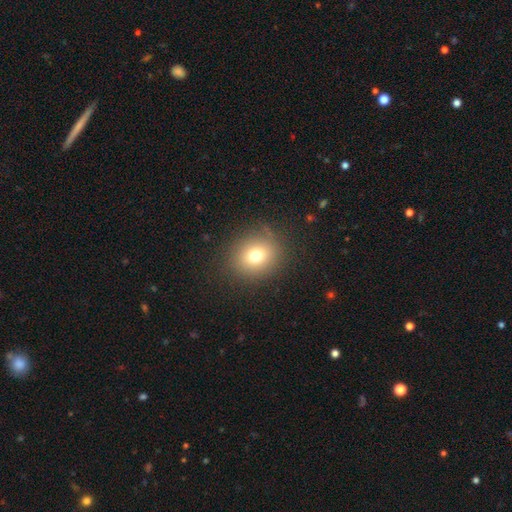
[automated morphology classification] A smooth galaxy with no disk features (73%) that is round (74%).

Vote fractions:
- Smooth or featured? smooth: 73% / star or artifact: 15% / featured or disk: 12%
- How rounded? round: 74% / in between: 25% / cigar-shaped: 1%
- Merging? none: 86% / minor disturbance: 9% / major disturbance: 4% / merger: 1%